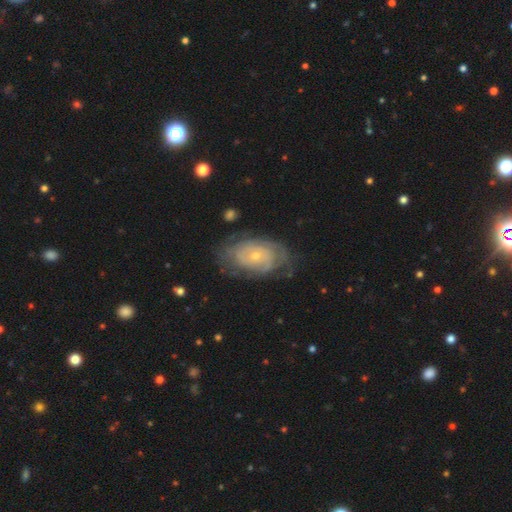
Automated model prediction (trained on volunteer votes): Smooth or featured? Predicted: featured or disk (p=0.77). Edge-on disk? Predicted: no (p=0.96). Bar? Predicted: no (p=0.79). Spiral arms? Predicted: yes (p=0.85). Spiral winding? Predicted: tight (p=0.70). Spiral arm count? Predicted: can't tell (p=0.53). Bulge size? Predicted: small (p=0.73). Merging? Predicted: none (p=0.67).